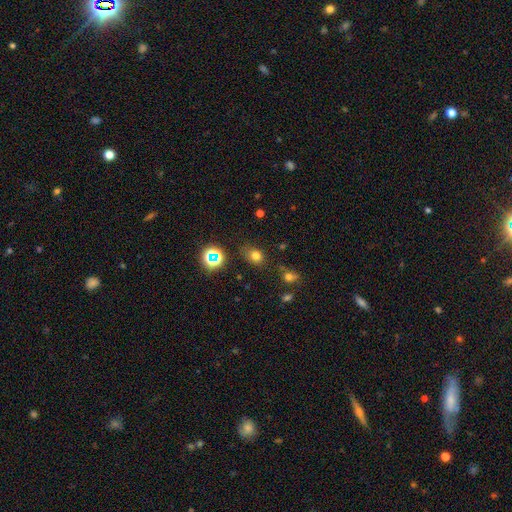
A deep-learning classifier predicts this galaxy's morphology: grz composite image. It shows a smooth galaxy with no disk features (71%) that is round (50%). Merging: none (75%).